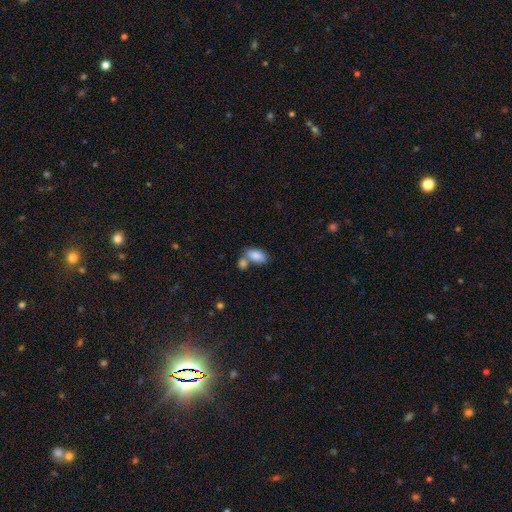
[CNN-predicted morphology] smooth 84%, featured or disk 8%, star or artifact 7%. Down the decision tree: how rounded — in between (92%); merging — merger (43%).